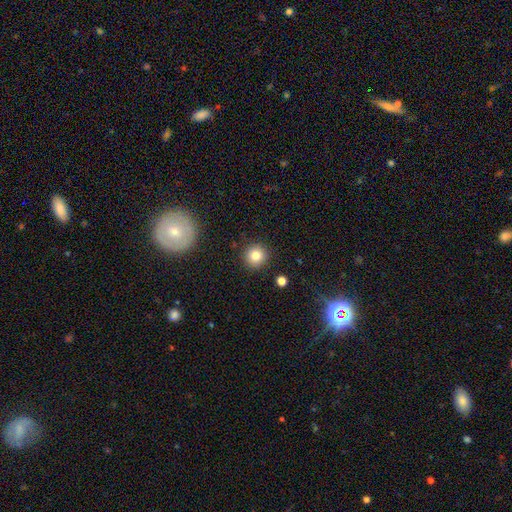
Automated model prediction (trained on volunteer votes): Smooth or featured? smooth (82%)
How rounded? round (93%)
Merging? none (90%)